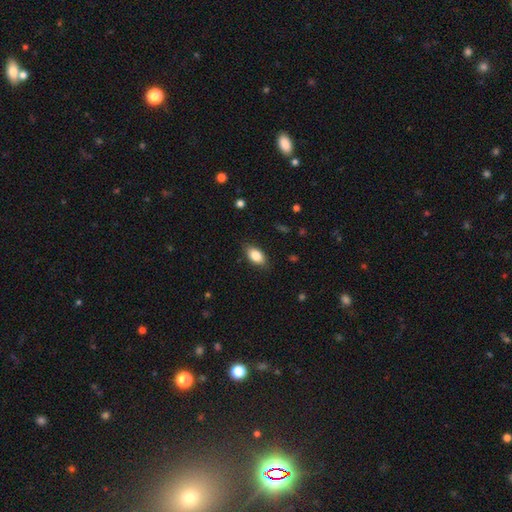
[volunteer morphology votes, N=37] Q: Smooth or featured?
A: smooth (78%); runner-up: featured or disk (14%)
Q: How rounded?
A: in between (90%); runner-up: cigar-shaped (7%)
Q: Merging?
A: none (85%); runner-up: minor disturbance (9%)